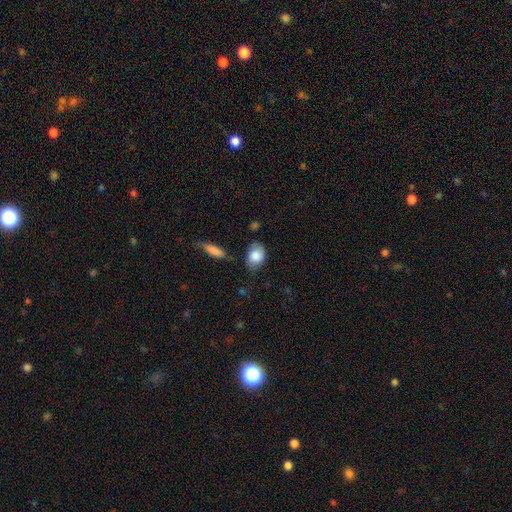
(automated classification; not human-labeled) Smooth or featured? smooth (81%)
How rounded? in between (77%)
Merging? none (59%)